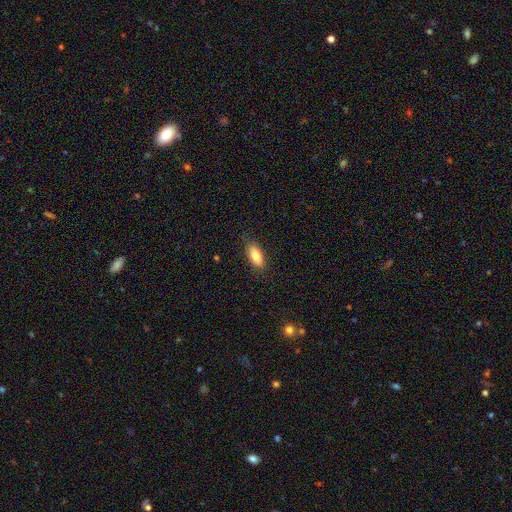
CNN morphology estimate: smooth-or-featured: smooth: 79% | featured or disk: 14% | star or artifact: 7%
  how-rounded: in between: 77% | cigar-shaped: 21% | round: 3%
  merging: none: 84% | minor disturbance: 12% | major disturbance: 3% | merger: 1%